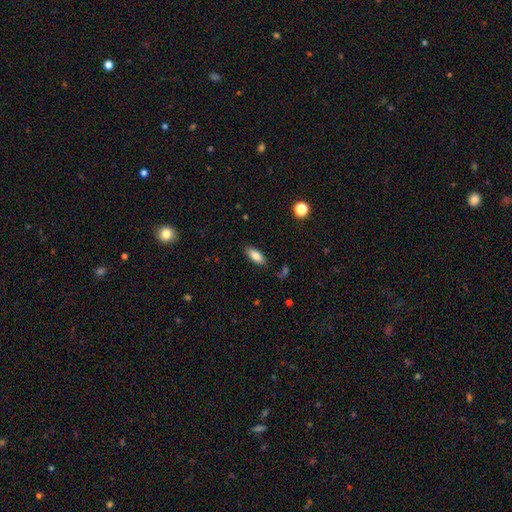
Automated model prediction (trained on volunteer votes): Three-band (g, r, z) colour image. It shows a smooth galaxy with no disk features (83%) that is in between round and cigar-shaped (83%). Merging: none (84%).